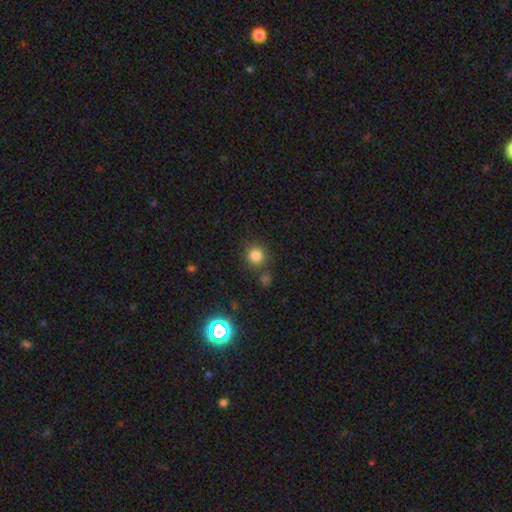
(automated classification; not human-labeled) Smooth or featured? Predicted: smooth (p=0.80). How rounded? Predicted: round (p=0.92). Merging? Predicted: none (p=0.79).